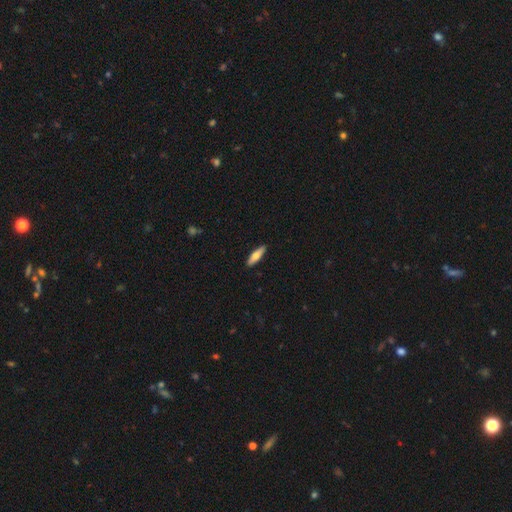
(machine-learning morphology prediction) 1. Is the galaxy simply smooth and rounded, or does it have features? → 63% smooth, 31% featured or disk, 6% star or artifact.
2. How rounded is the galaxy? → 63% cigar-shaped, 35% in between, 2% round.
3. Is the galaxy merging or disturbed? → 91% none, 7% minor disturbance, 1% major disturbance, 1% merger.